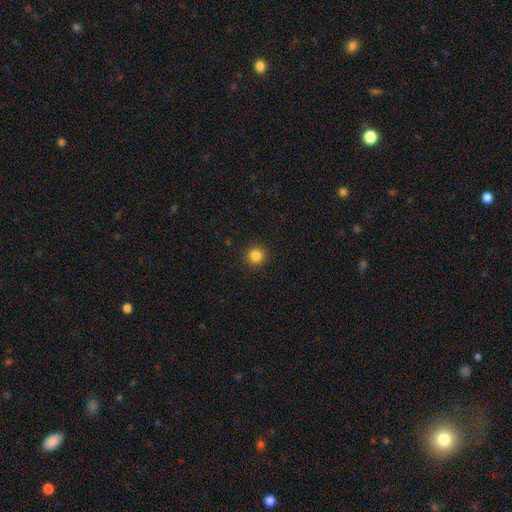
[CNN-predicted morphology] Smooth or featured? Predicted: smooth (p=0.85). How rounded? Predicted: round (p=0.94). Merging? Predicted: none (p=0.92).